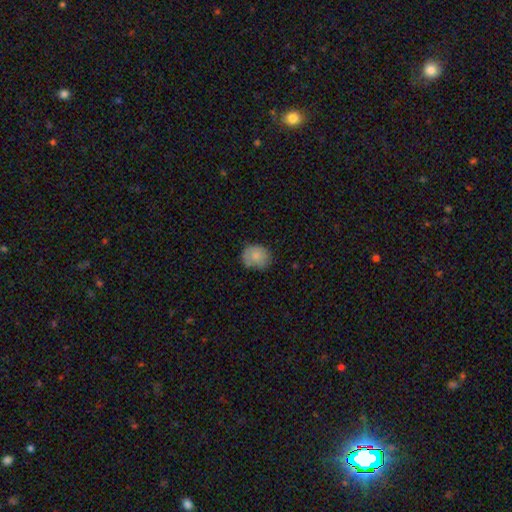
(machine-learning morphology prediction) Overall: smooth (79%). How rounded: round (67%; in between 32%). Merging: none (68%).